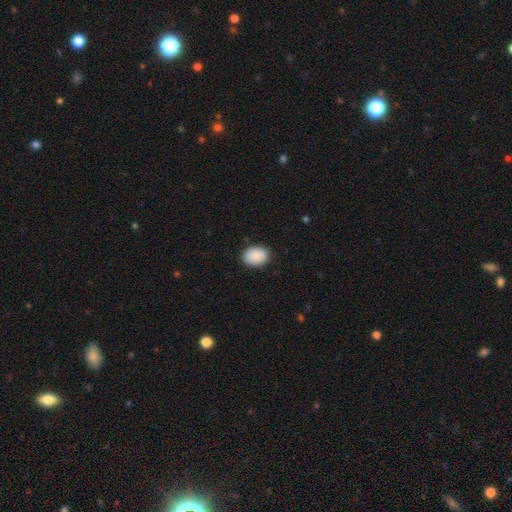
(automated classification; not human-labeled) smooth_or_featured: smooth (p=0.90) [alt: star or artifact p=0.06]
how_rounded: in between (p=0.74) [alt: round p=0.25]
merging: none (p=0.88) [alt: minor disturbance p=0.09]